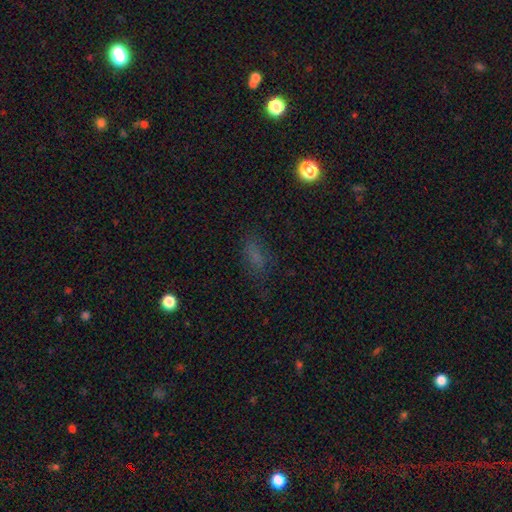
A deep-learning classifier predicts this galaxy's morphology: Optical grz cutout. It shows a smooth galaxy with no disk features (61%) that is in between round and cigar-shaped (76%). Merging: none (69%).